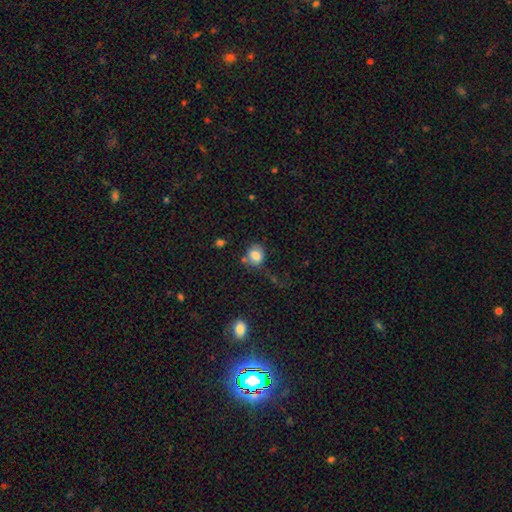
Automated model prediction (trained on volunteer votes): Smooth or featured? smooth (79%)
How rounded? round (57%)
Merging? none (50%)